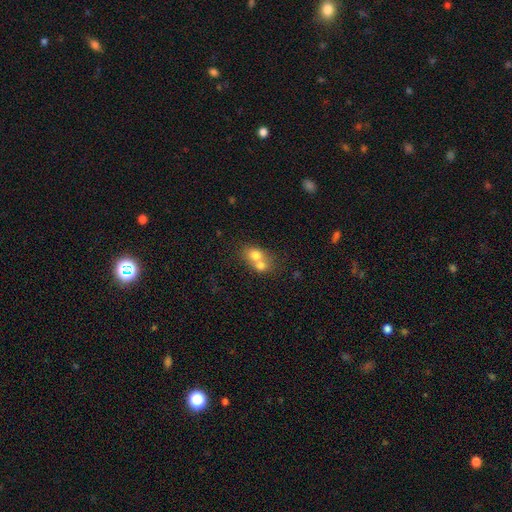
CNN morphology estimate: smooth_or_featured: smooth (p=0.72) [alt: featured or disk p=0.19]
how_rounded: round (p=0.55) [alt: in between p=0.44]
merging: merger (p=0.70) [alt: none p=0.22]